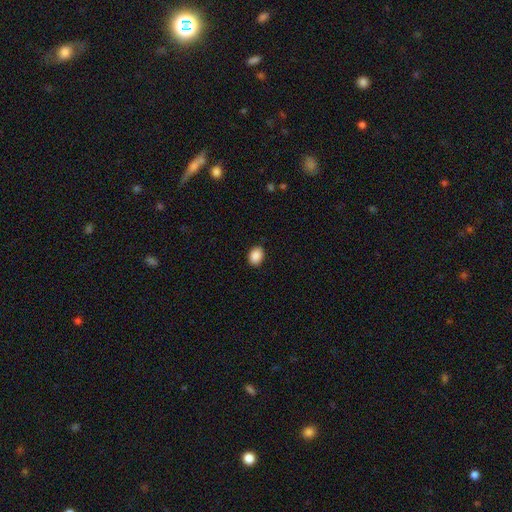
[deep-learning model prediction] Smooth or featured?
  - smooth: 90% *
  - star or artifact: 8%
  - featured or disk: 3%
How rounded?
  - in between: 68% *
  - round: 31%
  - cigar-shaped: 1%
Merging?
  - none: 87% *
  - minor disturbance: 9%
  - major disturbance: 2%
  - merger: 1%